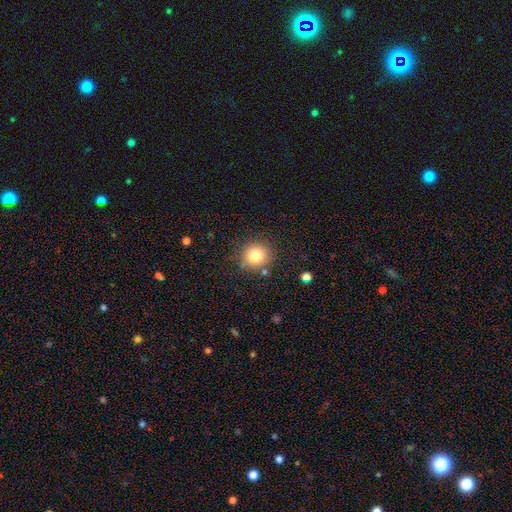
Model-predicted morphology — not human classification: Smooth or featured: smooth — 80% (star or artifact — 12%)
How rounded: round — 89% (in between — 10%)
Merging: none — 83% (minor disturbance — 11%)